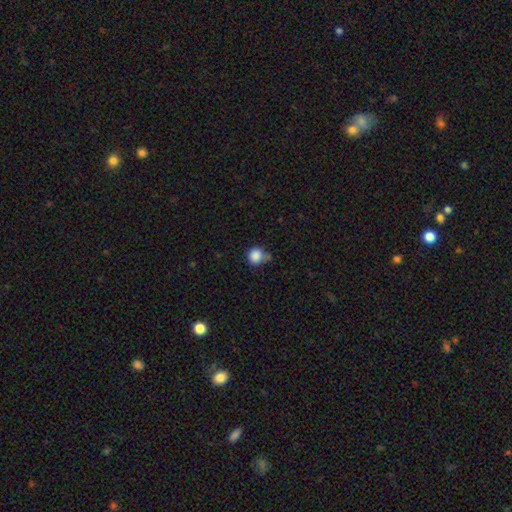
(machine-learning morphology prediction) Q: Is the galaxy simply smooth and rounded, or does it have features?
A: smooth — 86%.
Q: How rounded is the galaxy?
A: round — 90%.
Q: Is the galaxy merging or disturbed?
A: none — 61%.